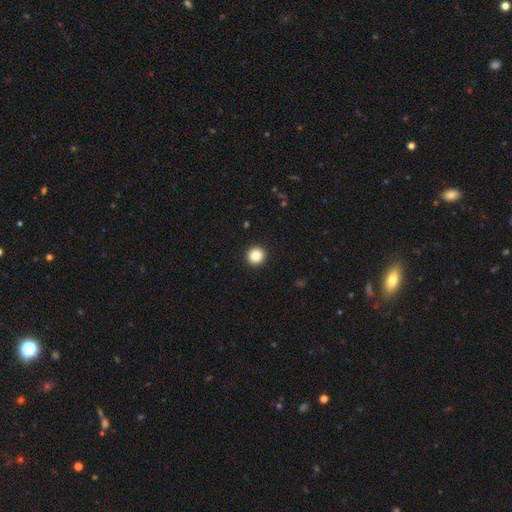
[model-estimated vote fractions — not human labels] The model was most divided on "smooth or featured": smooth: 86%, star or artifact: 10%, featured or disk: 4%. More confident: how rounded — round (95%); merging — none (94%).